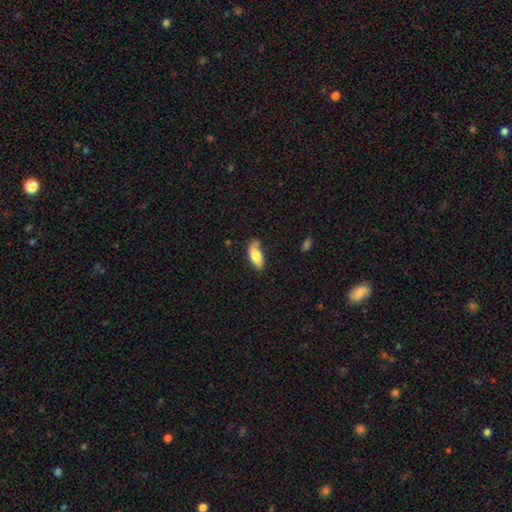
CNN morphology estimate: This appears to be a smooth galaxy with no disk features (75%) that is in between round and cigar-shaped (85%). Merging: none (61%).